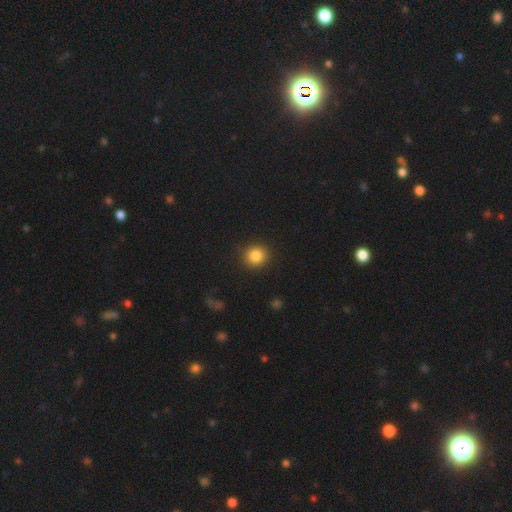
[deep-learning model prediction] Q: Smooth or featured?
A: smooth (84%); runner-up: star or artifact (11%)
Q: How rounded?
A: round (89%); runner-up: in between (10%)
Q: Merging?
A: none (90%); runner-up: minor disturbance (6%)